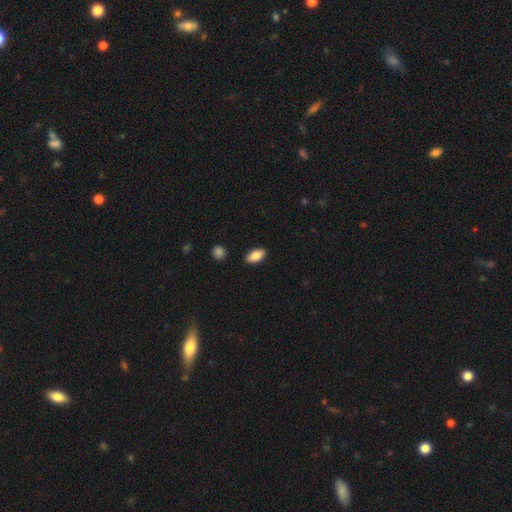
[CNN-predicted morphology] Smooth or featured?
  - smooth: 87% *
  - star or artifact: 7%
  - featured or disk: 6%
How rounded?
  - in between: 91% *
  - cigar-shaped: 6%
  - round: 3%
Merging?
  - none: 88% *
  - minor disturbance: 8%
  - major disturbance: 2%
  - merger: 1%